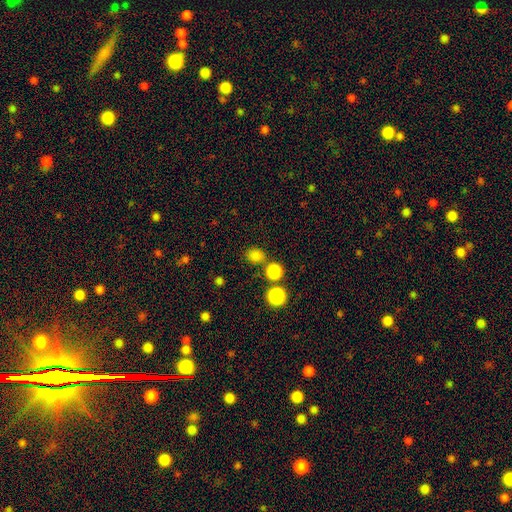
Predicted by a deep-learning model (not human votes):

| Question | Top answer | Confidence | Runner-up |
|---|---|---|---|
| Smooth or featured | smooth | 80% | star or artifact (16%) |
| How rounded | round | 76% | in between (23%) |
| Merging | none | 72% | merger (14%) |